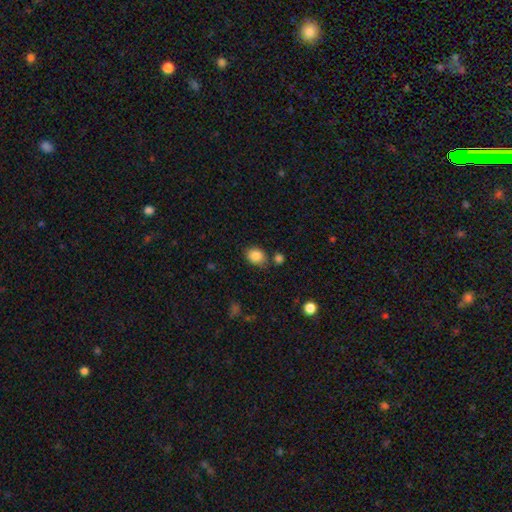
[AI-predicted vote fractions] Smooth or featured? Predicted: smooth (p=0.86). How rounded? Predicted: in between (p=0.52). Merging? Predicted: none (p=0.73).